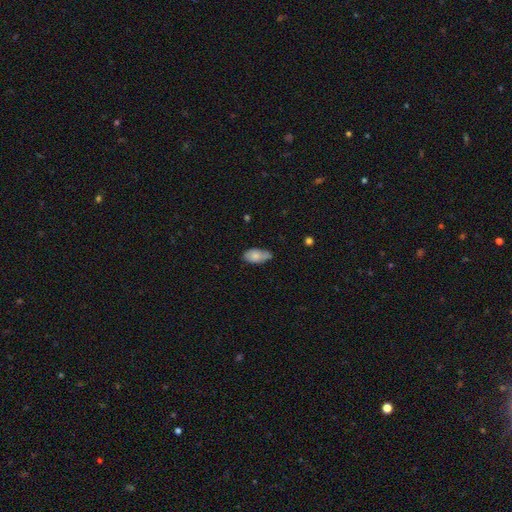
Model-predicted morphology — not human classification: Smooth or featured: smooth — 76% (featured or disk — 17%)
How rounded: in between — 92% (cigar-shaped — 4%)
Merging: none — 54% (minor disturbance — 36%)